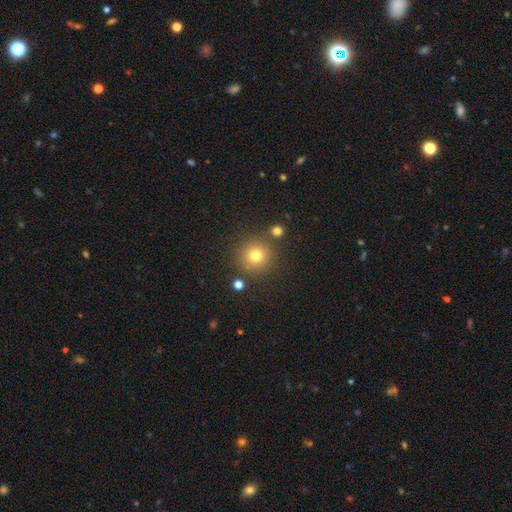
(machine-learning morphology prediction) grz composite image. It shows a smooth galaxy with no disk features (77%) that is round (94%). Merging: none (84%).